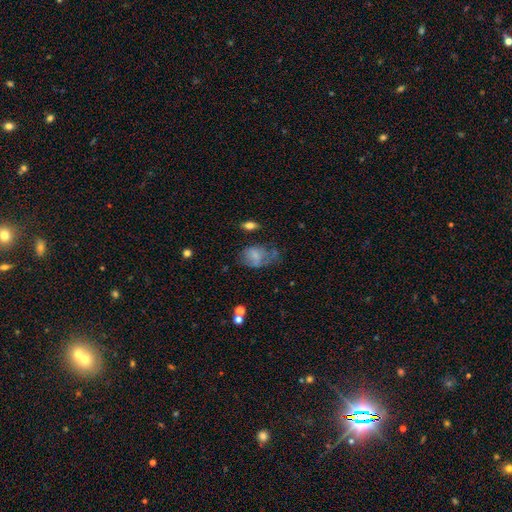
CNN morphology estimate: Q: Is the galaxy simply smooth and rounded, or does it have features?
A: smooth — 61%.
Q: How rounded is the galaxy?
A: in between — 79%.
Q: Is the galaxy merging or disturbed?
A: major disturbance — 35%.